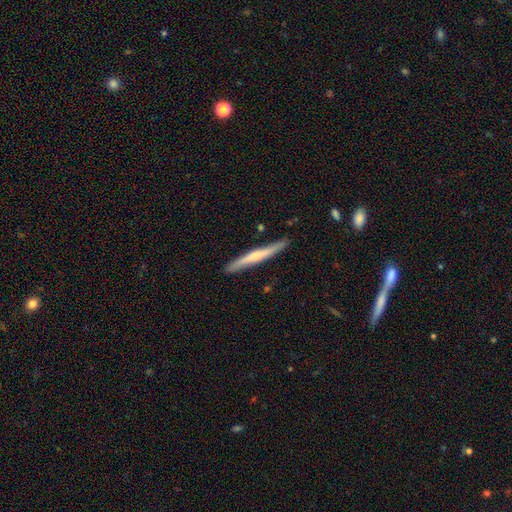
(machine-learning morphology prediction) This is possibly a featured or disk galaxy (59%). It is clearly viewed edge-on (96%). Edge-on bulge: possibly rounded (58%). Merging: clearly none (86%).